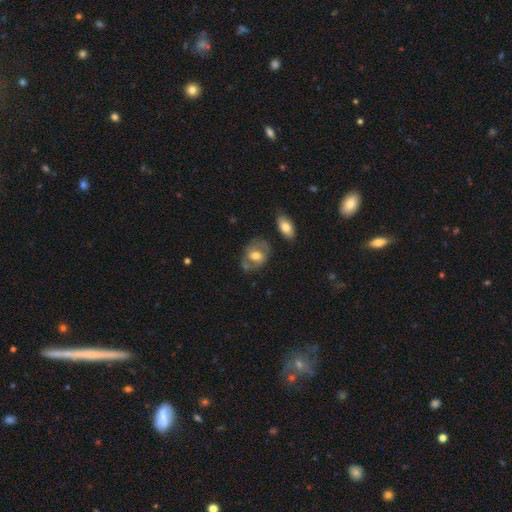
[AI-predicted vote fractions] This is possibly a smooth galaxy (49%). Merging: likely none (60%).